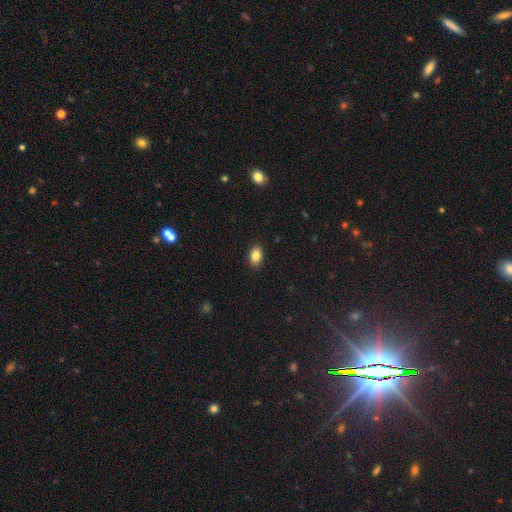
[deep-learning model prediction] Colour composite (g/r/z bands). It shows a smooth galaxy with no disk features (84%) that is in between round and cigar-shaped (83%). Merging: none (90%).